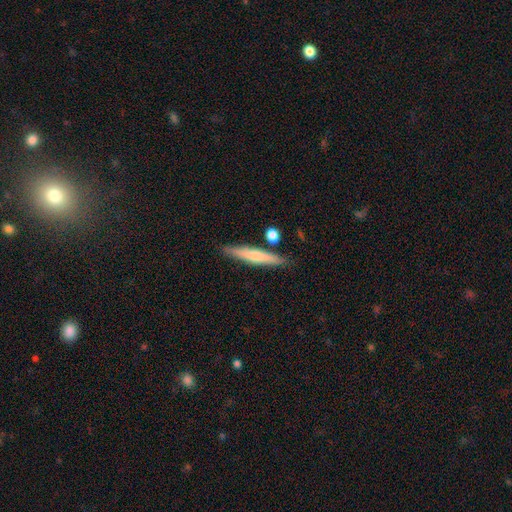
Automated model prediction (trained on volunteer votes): This appears to be a smooth galaxy with no disk features (60%) that is cigar-shaped (91%). Merging: none (81%).